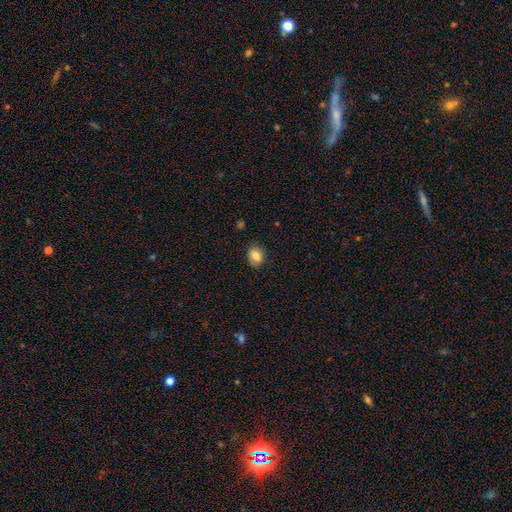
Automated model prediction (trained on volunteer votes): The model was most divided on "how rounded": in between: 65%, round: 34%, cigar-shaped: 1%. More confident: smooth or featured — smooth (81%); merging — none (77%).